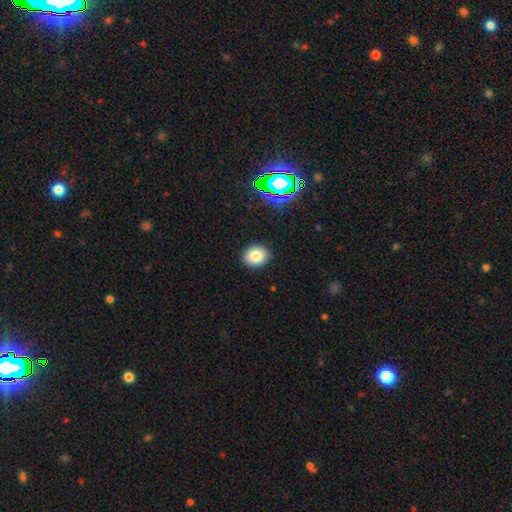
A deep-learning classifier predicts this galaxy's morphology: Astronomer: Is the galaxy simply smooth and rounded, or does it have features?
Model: smooth — 82%.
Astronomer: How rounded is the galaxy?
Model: round — 59% (runner-up: in between, 40%).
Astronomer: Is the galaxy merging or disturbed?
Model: none — 90%.